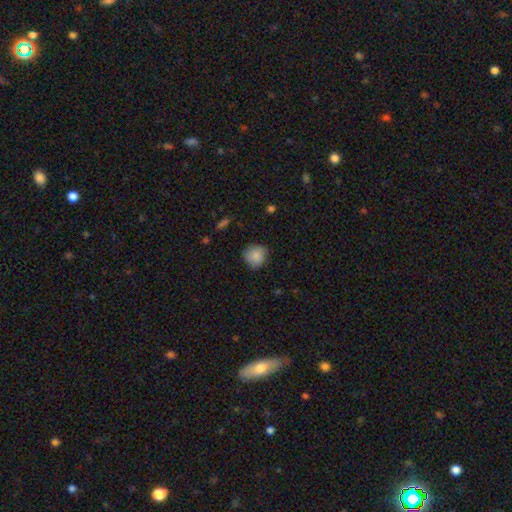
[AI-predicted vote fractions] A smooth galaxy with no disk features (86%) that is round (88%).

Vote fractions:
- Smooth or featured? smooth: 86% / star or artifact: 8% / featured or disk: 6%
- How rounded? round: 88% / in between: 11% / cigar-shaped: 1%
- Merging? none: 78% / minor disturbance: 18% / major disturbance: 3% / merger: 1%